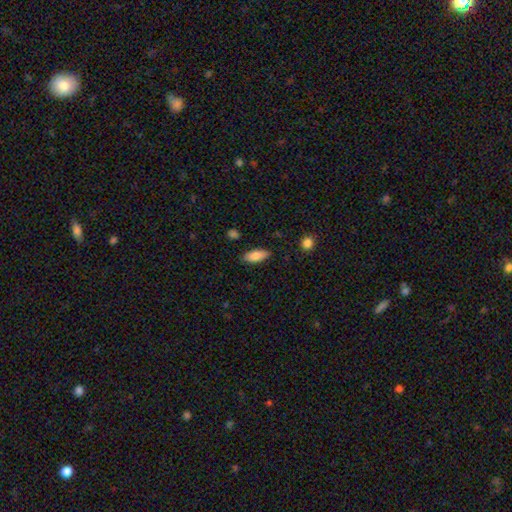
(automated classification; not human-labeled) Smooth or featured: smooth — 83% (featured or disk — 10%)
How rounded: in between — 82% (cigar-shaped — 16%)
Merging: none — 86% (minor disturbance — 11%)